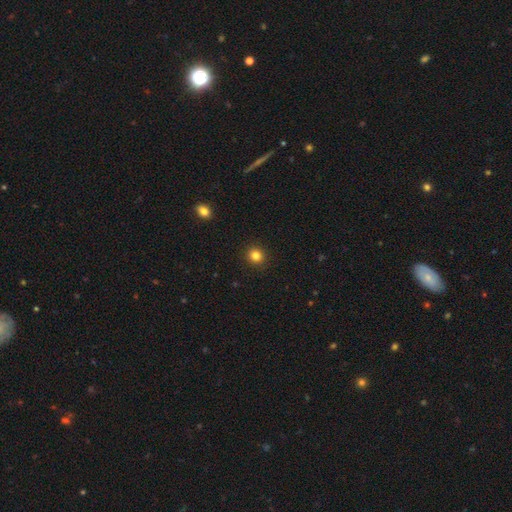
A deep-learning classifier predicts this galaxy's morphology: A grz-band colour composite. It shows a smooth galaxy with no disk features (83%) that is round (90%). Merging: none (92%).